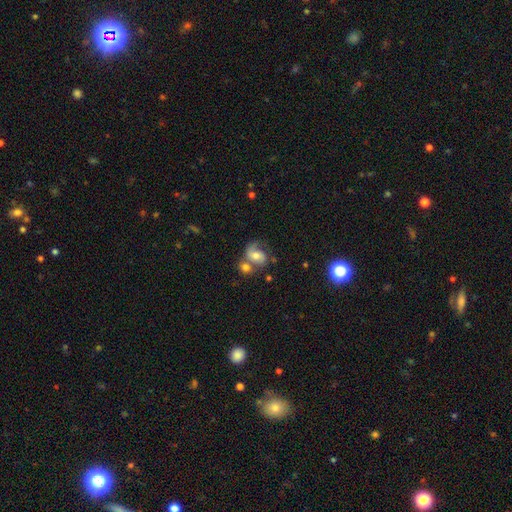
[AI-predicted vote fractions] This is possibly a featured or disk galaxy (54%). It is clearly not viewed edge-on (97%). Bar: possibly no (56%). Spiral arm pattern: clearly yes (81%). Central bulge: likely moderate (63%). Merging: marginally merger (39%).